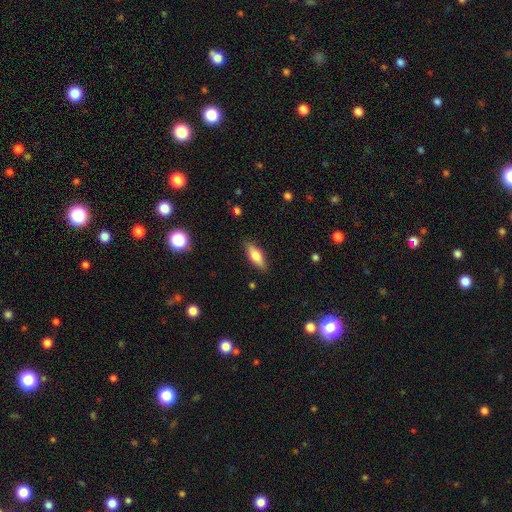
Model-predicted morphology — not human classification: type=smooth (67%); roundness=in between (61%); merging=none (87%).